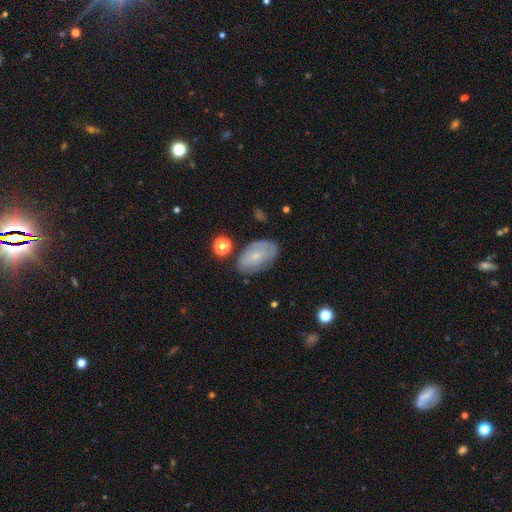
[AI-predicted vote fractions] Smooth or featured? smooth (59%)
How rounded? in between (91%)
Merging? none (73%)